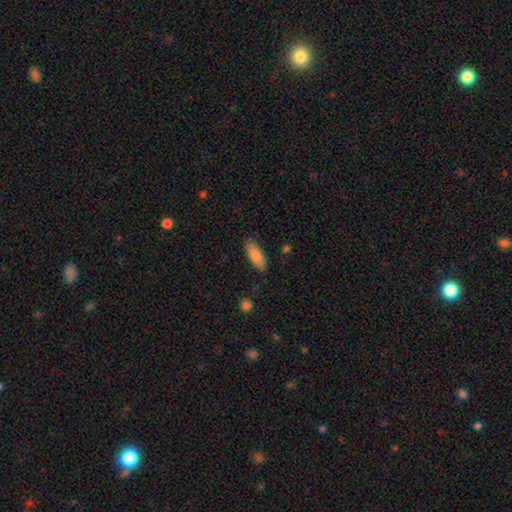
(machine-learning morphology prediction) Smooth or featured? Predicted: smooth (p=0.85). How rounded? Predicted: in between (p=0.79). Merging? Predicted: none (p=0.84).